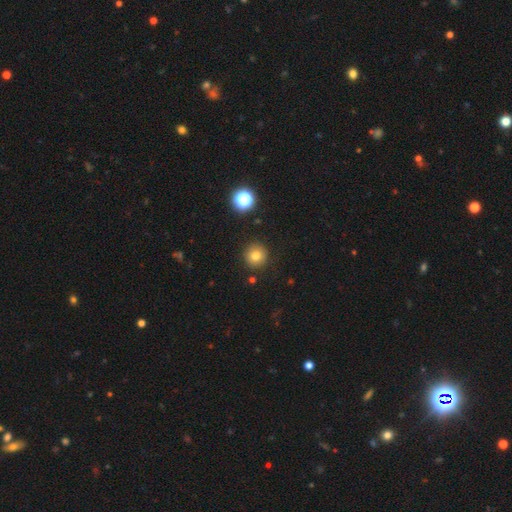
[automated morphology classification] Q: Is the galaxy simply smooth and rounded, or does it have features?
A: smooth — 78%.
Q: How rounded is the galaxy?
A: round — 94%.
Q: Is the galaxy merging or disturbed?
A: none — 90%.